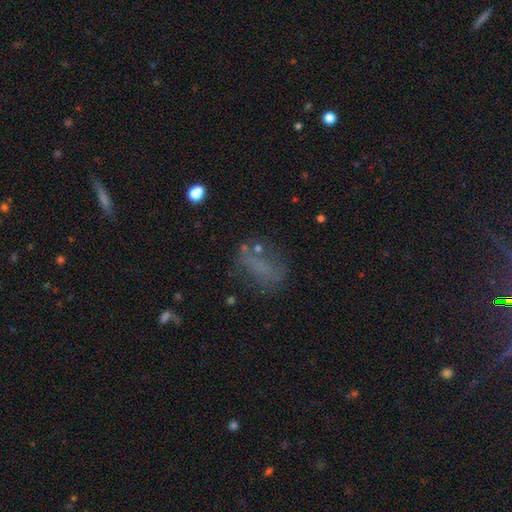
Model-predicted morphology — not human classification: Smooth or featured? smooth (53%)
How rounded? in between (72%)
Merging? none (53%)